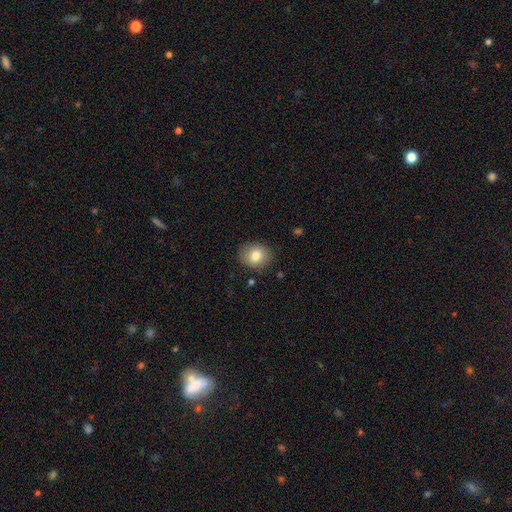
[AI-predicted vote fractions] smooth-or-featured: smooth: 81% | featured or disk: 10% | star or artifact: 9%
  how-rounded: round: 65% | in between: 34% | cigar-shaped: 1%
  merging: none: 86% | minor disturbance: 10% | major disturbance: 3% | merger: 1%